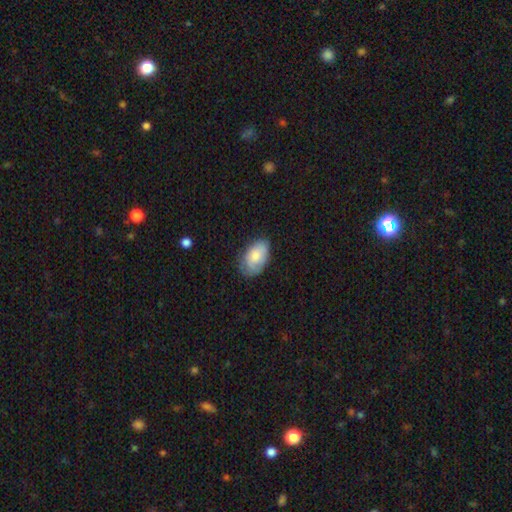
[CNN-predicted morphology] smooth-or-featured: smooth: 78% | featured or disk: 16% | star or artifact: 6%
  how-rounded: in between: 92% | round: 6% | cigar-shaped: 1%
  merging: none: 70% | minor disturbance: 24% | major disturbance: 5% | merger: 1%